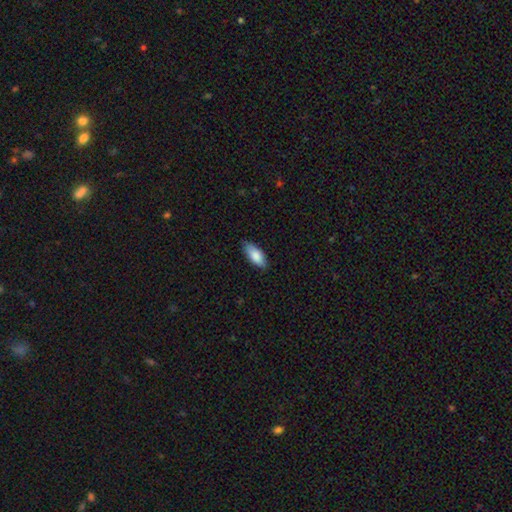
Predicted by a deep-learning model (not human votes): smooth 84%, featured or disk 10%, star or artifact 6%. Down the decision tree: how rounded — in between (85%); merging — none (82%).